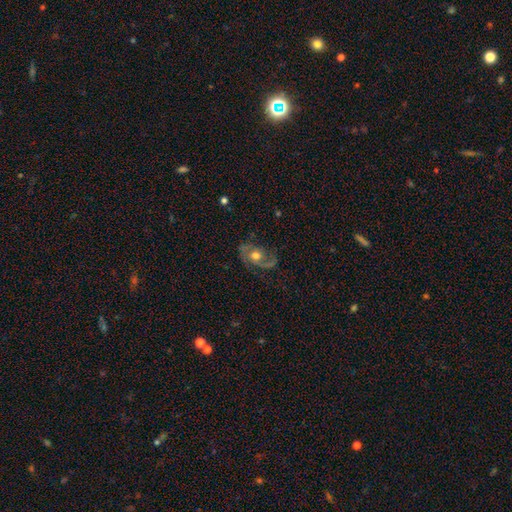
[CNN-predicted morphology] A featured or disk galaxy (76%) with no bar (69%), 2 (73%) medium (47%) spiral arms (89%) and a moderate central bulge (70%).

Vote fractions:
- Smooth or featured? featured or disk: 76% / smooth: 17% / star or artifact: 7%
- Edge-on disk? no: 96% / yes: 4%
- Bar? no: 69% / weak: 26% / strong: 5%
- Spiral arms? yes: 89% / no: 11%
- Spiral winding? medium: 47% / loose: 33% / tight: 20%
- Spiral arm count? 2: 73% / 1: 15% / can't tell: 7% / 3: 2% / 4: 1% / more than 4: 1%
- Bulge size? moderate: 70% / large: 17% / small: 10% / none: 1% / dominant: 1%
- Merging? none: 64% / minor disturbance: 19% / major disturbance: 15% / merger: 2%